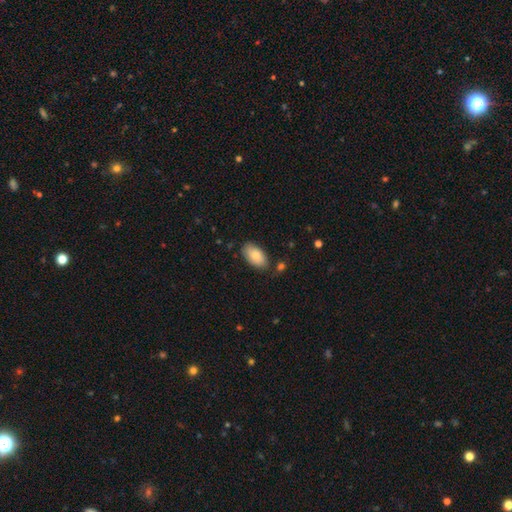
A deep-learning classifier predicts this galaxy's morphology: This appears to be a smooth galaxy with no disk features (83%) that is in between round and cigar-shaped (94%). Merging: none (77%).